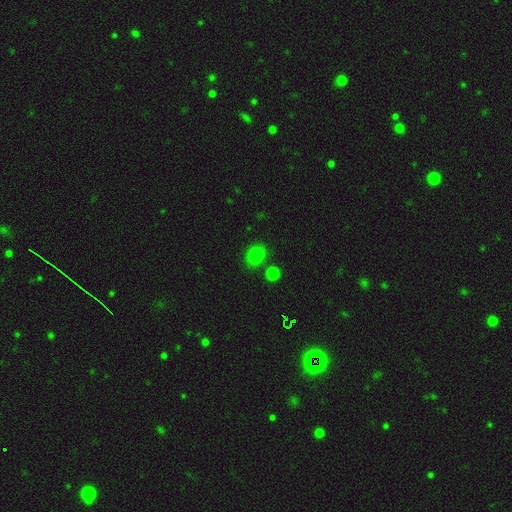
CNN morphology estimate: type=smooth (79%); roundness=round (52%); merging=none (75%).